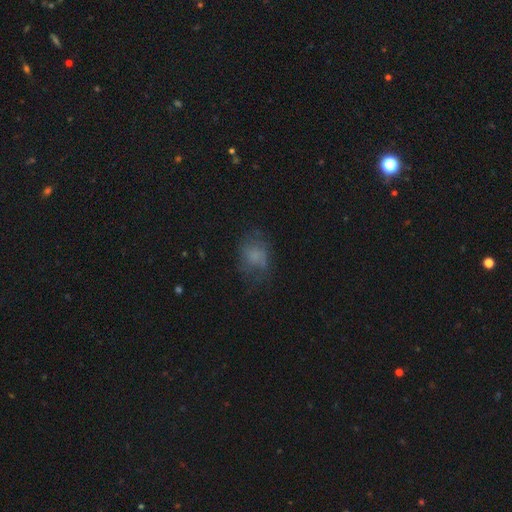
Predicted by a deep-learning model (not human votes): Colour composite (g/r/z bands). It shows a smooth galaxy with no disk features (61%) that is in between round and cigar-shaped (54%). Merging: none (54%).